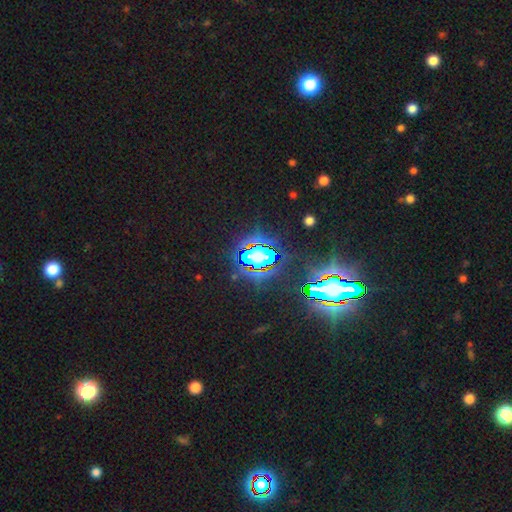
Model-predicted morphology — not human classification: smooth_or_featured: star or artifact (p=0.83) [alt: smooth p=0.10]